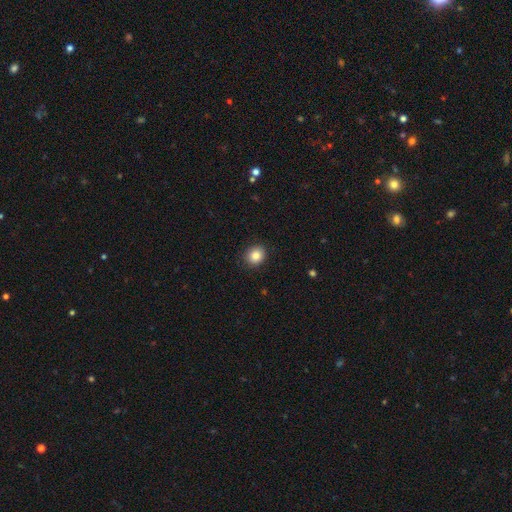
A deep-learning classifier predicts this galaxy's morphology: Smooth or featured? smooth (84%)
How rounded? round (72%)
Merging? none (90%)